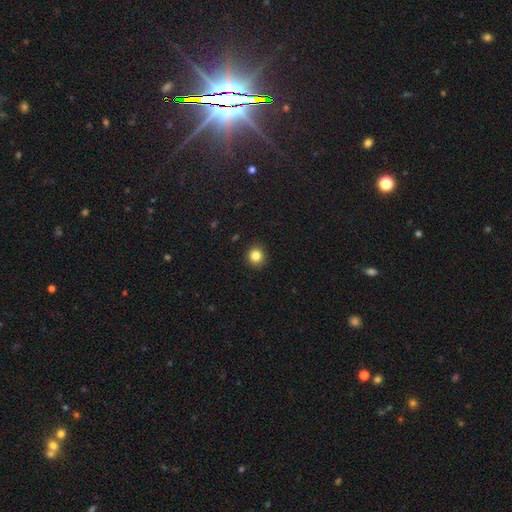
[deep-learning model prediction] smooth 83%, star or artifact 12%, featured or disk 5%. Down the decision tree: how rounded — round (91%); merging — none (92%).